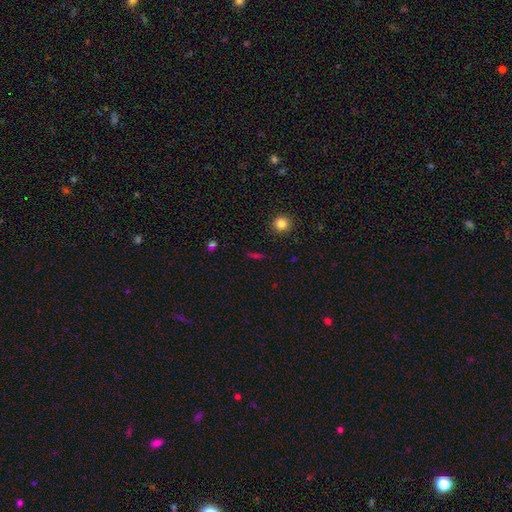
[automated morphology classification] This appears to be a smooth galaxy with no disk features (52%) that is round (42%). Merging: none (88%).